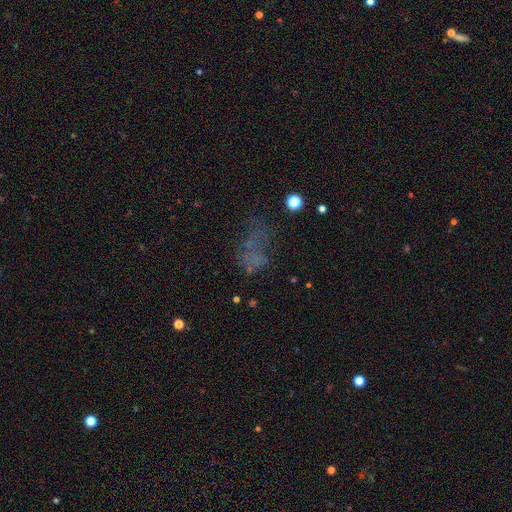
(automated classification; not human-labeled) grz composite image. It shows a smooth galaxy with no disk features (41%). Merging: none (39%).